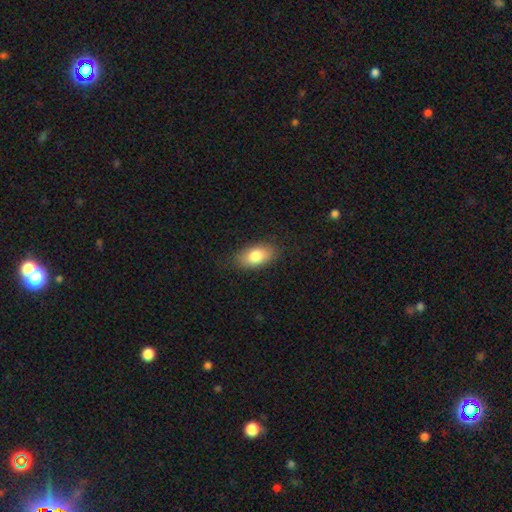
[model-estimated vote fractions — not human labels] Morphology: type=smooth (81%); roundness=in between (91%); merging=none (84%).